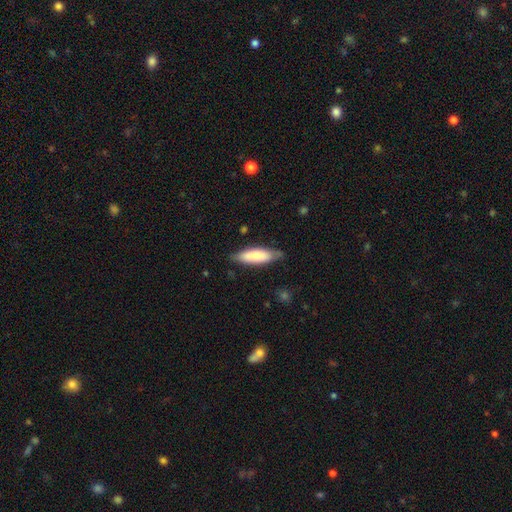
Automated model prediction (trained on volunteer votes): Smooth or featured?
  - smooth: 78% *
  - featured or disk: 17%
  - star or artifact: 5%
How rounded?
  - cigar-shaped: 53% *
  - in between: 46%
  - round: 1%
Merging?
  - none: 75% *
  - minor disturbance: 20%
  - major disturbance: 3%
  - merger: 2%